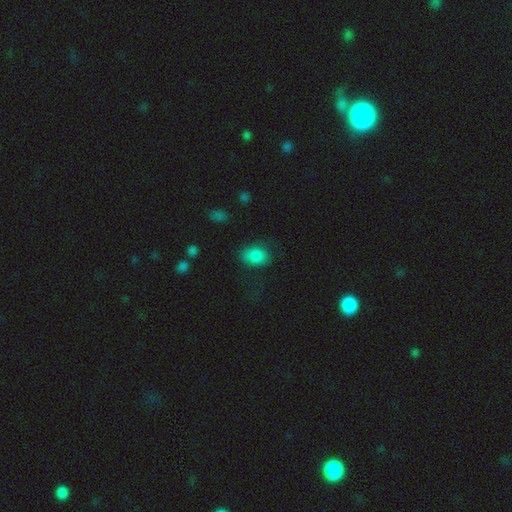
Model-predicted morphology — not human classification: This is clearly a smooth galaxy (85%). How rounded: likely in between (75%). Merging: likely none (72%).